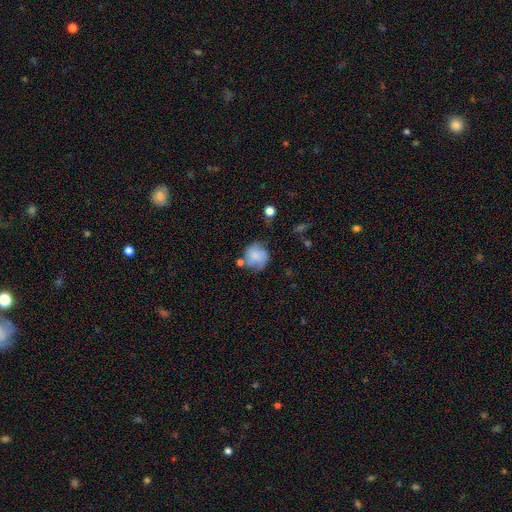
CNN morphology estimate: Q: Smooth or featured?
A: smooth (74%); runner-up: featured or disk (18%)
Q: How rounded?
A: round (82%); runner-up: in between (17%)
Q: Merging?
A: none (51%); runner-up: minor disturbance (26%)